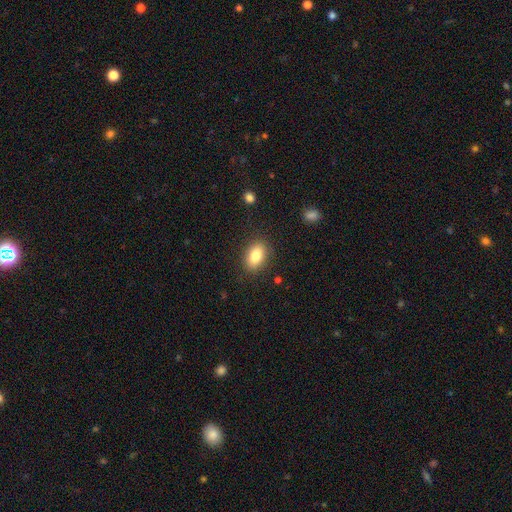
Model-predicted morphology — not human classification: smooth 84%, featured or disk 8%, star or artifact 8%. Down the decision tree: how rounded — in between (87%); merging — none (86%).